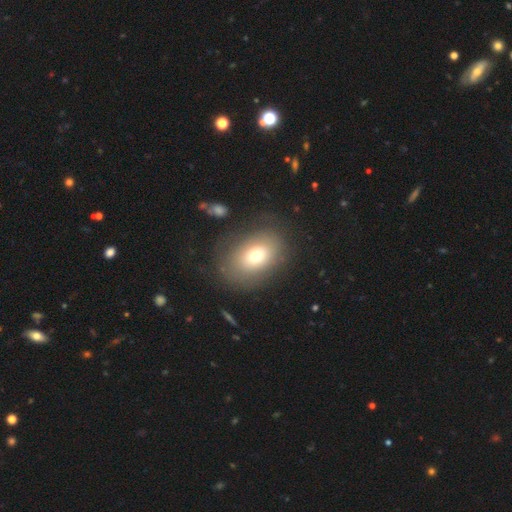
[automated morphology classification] smooth-or-featured: smooth: 69% | featured or disk: 21% | star or artifact: 10%
  how-rounded: in between: 76% | round: 23% | cigar-shaped: 1%
  merging: none: 74% | minor disturbance: 15% | major disturbance: 9% | merger: 2%